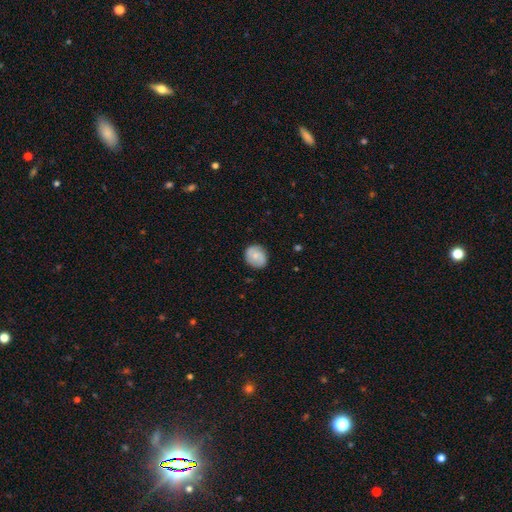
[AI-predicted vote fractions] smooth 65%, featured or disk 27%, star or artifact 7%. Down the decision tree: how rounded — round (69%); merging — none (82%).